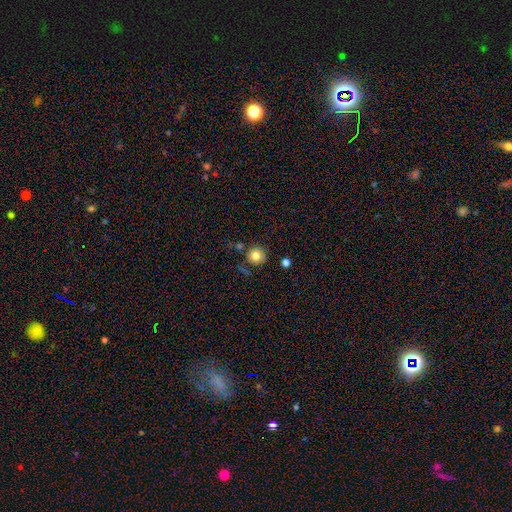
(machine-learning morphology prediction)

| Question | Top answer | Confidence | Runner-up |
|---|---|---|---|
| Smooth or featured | smooth | 79% | star or artifact (11%) |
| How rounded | round | 93% | in between (6%) |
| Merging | none | 81% | minor disturbance (10%) |